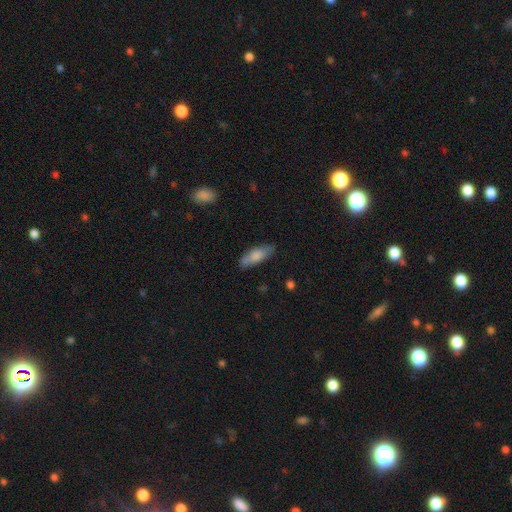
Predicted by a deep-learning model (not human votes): Smooth or featured: smooth — 76% (featured or disk — 18%)
How rounded: in between — 61% (cigar-shaped — 37%)
Merging: none — 78% (minor disturbance — 17%)